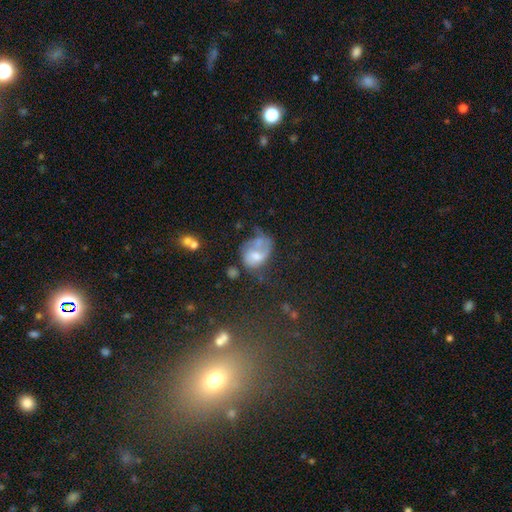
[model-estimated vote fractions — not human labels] smooth-or-featured: featured or disk: 46% | smooth: 42% | star or artifact: 12%
  merging: major disturbance: 38% | none: 23% | minor disturbance: 22% | merger: 17%